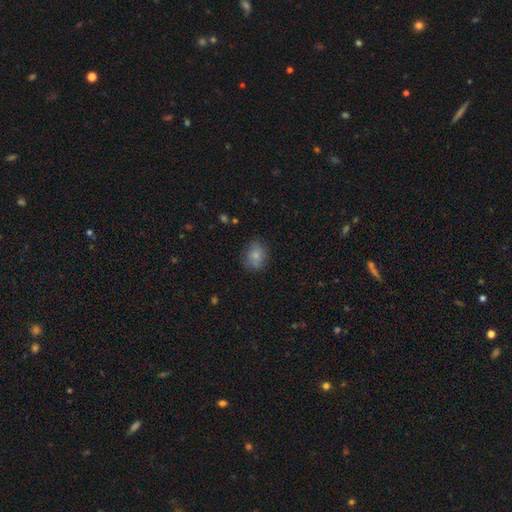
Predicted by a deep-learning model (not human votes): smooth-or-featured: smooth: 77% | featured or disk: 14% | star or artifact: 9%
  how-rounded: round: 50% | in between: 48% | cigar-shaped: 1%
  merging: none: 71% | minor disturbance: 20% | major disturbance: 5% | merger: 3%